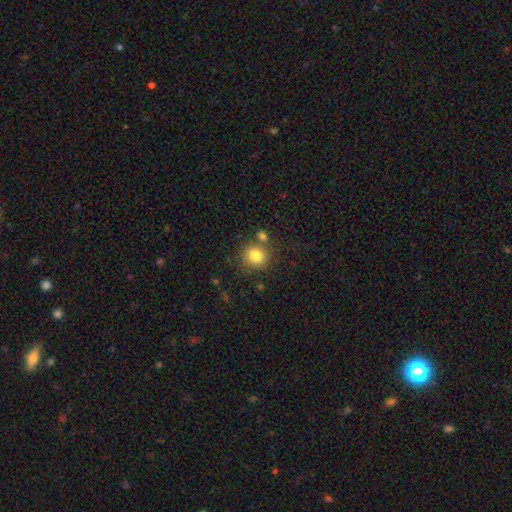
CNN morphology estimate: This appears to be a smooth galaxy with no disk features (83%) that is round (84%). Merging: none (72%).